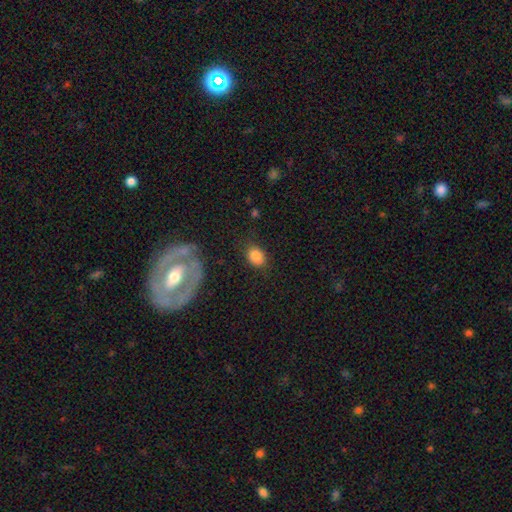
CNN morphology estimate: The model was most divided on "how rounded": in between: 60%, round: 39%, cigar-shaped: 1%. More confident: smooth or featured — smooth (83%); merging — none (78%).